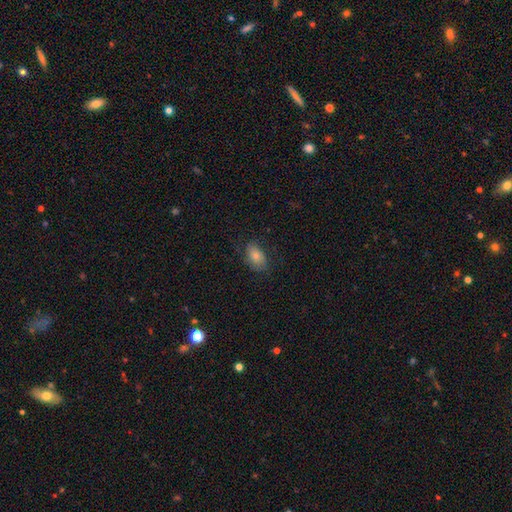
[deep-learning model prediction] The model was most divided on "smooth or featured": smooth: 65%, featured or disk: 22%, star or artifact: 12%. More confident: how rounded — in between (86%); merging — none (73%).